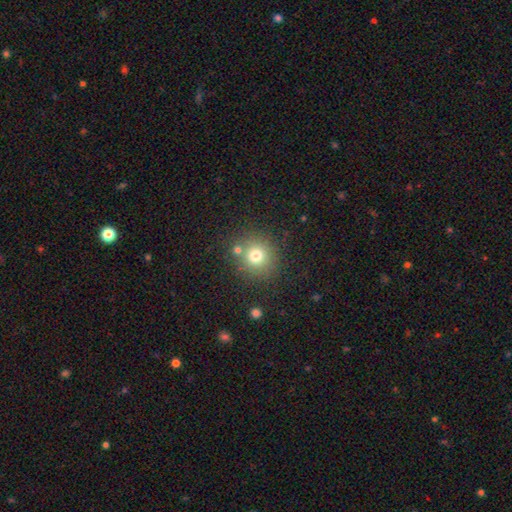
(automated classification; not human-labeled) This appears to be a smooth galaxy with no disk features (74%) that is round (89%). Merging: none (78%).